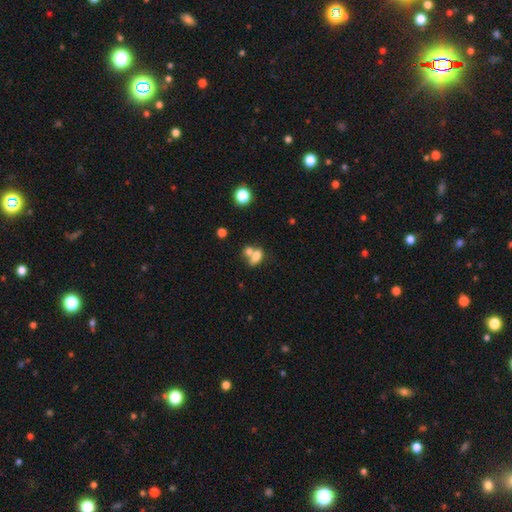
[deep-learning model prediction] This is likely a smooth galaxy (72%). How rounded: likely in between (75%). Merging: possibly merger (53%).